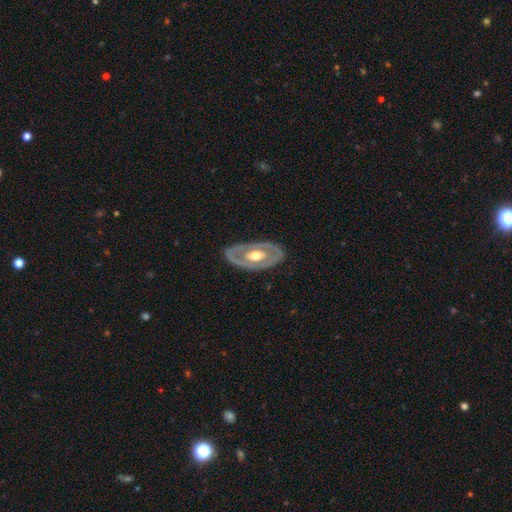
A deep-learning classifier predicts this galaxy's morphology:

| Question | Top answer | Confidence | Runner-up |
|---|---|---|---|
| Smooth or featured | featured or disk | 68% | smooth (28%) |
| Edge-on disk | no | 88% | yes (12%) |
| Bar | no | 78% | weak (16%) |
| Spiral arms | no | 77% | yes (23%) |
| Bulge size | moderate | 70% | large (20%) |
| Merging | none | 82% | minor disturbance (13%) |